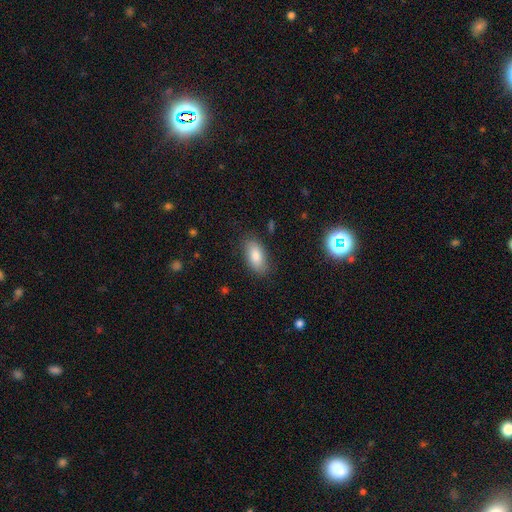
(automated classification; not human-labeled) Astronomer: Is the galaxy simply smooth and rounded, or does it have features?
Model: smooth — 80%.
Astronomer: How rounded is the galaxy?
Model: in between — 90%.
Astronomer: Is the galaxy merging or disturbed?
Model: none — 84%.